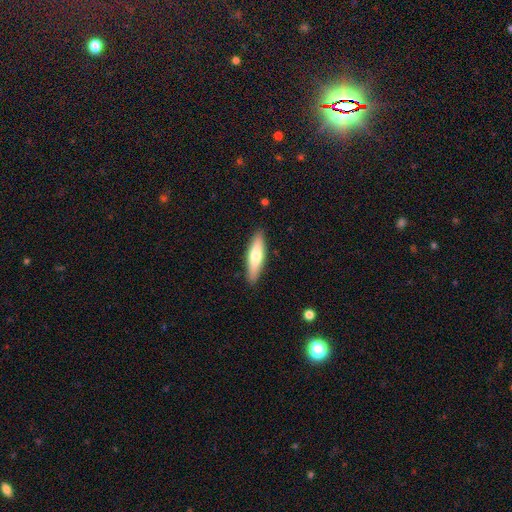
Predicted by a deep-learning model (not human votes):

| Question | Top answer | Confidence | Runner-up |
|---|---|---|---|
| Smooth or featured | smooth | 64% | featured or disk (31%) |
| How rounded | cigar-shaped | 70% | in between (29%) |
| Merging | none | 88% | minor disturbance (9%) |